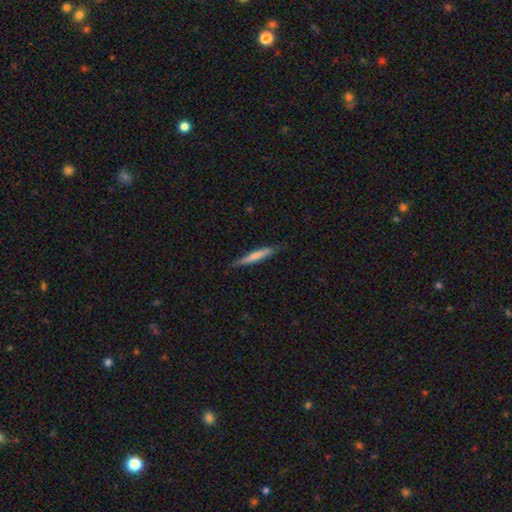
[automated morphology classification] Smooth or featured: smooth — 65% (featured or disk — 30%)
How rounded: cigar-shaped — 94% (in between — 5%)
Merging: none — 84% (minor disturbance — 13%)